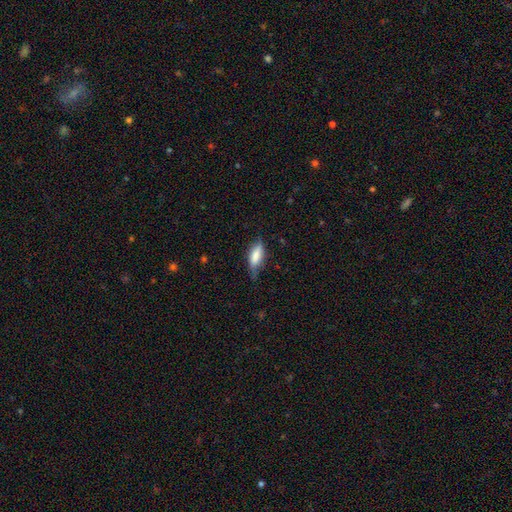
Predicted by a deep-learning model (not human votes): Smooth or featured? Predicted: smooth (p=0.71). How rounded? Predicted: in between (p=0.70). Merging? Predicted: none (p=0.53).